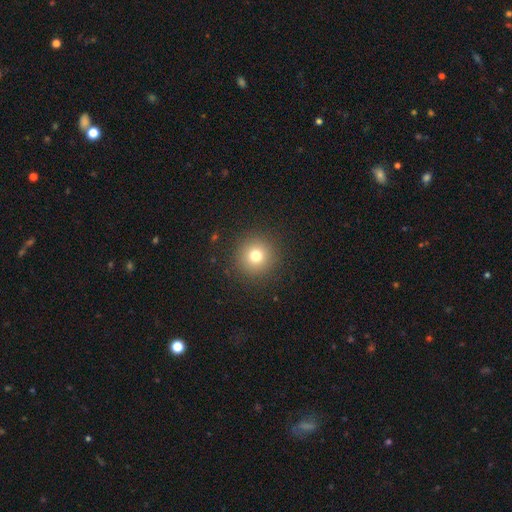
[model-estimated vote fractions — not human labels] Smooth or featured: smooth — 76% (star or artifact — 15%)
How rounded: round — 95% (in between — 4%)
Merging: none — 91% (minor disturbance — 6%)